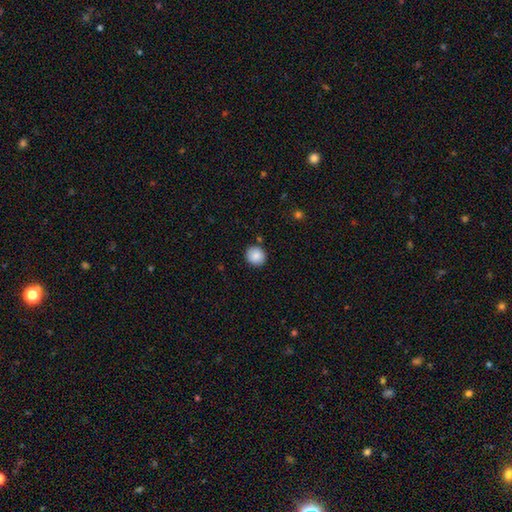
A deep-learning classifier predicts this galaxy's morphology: This is clearly a smooth galaxy (86%). How rounded: clearly round (89%). Merging: clearly none (88%).